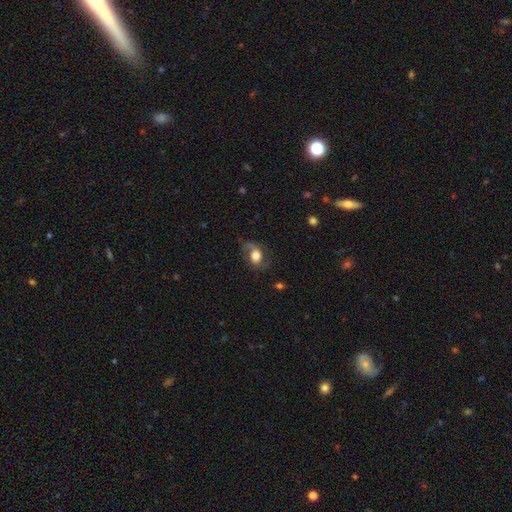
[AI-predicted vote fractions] This appears to be a smooth galaxy with no disk features (54%) that is in between round and cigar-shaped (62%). Merging: none (61%).